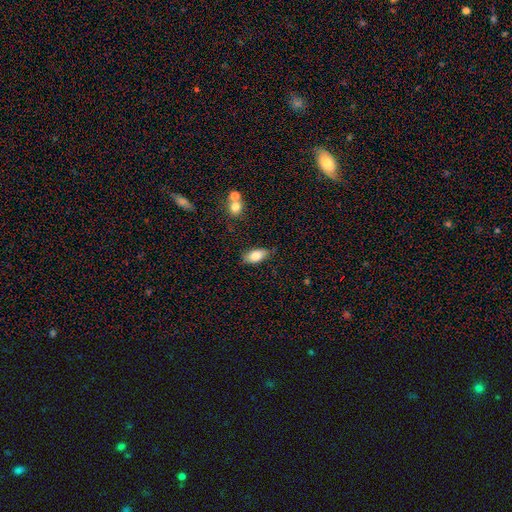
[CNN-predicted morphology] smooth-or-featured: smooth: 79% | featured or disk: 14% | star or artifact: 7%
  how-rounded: in between: 88% | cigar-shaped: 8% | round: 3%
  merging: none: 79% | minor disturbance: 15% | major disturbance: 3% | merger: 2%